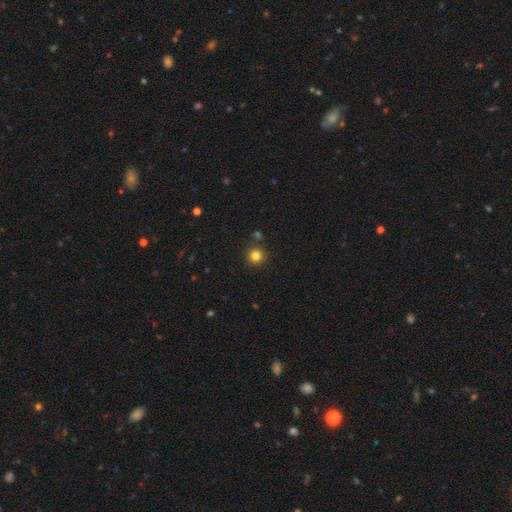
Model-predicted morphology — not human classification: This appears to be a smooth galaxy with no disk features (82%) that is round (94%). Merging: none (86%).